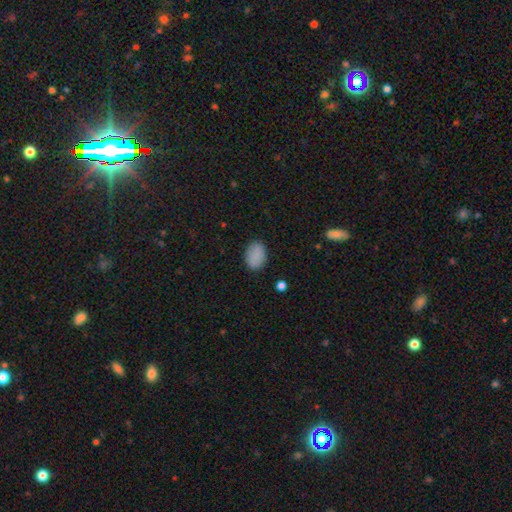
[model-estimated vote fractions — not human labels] A smooth galaxy with no disk features (88%) that is in between round and cigar-shaped (85%). Merging: none (85%).